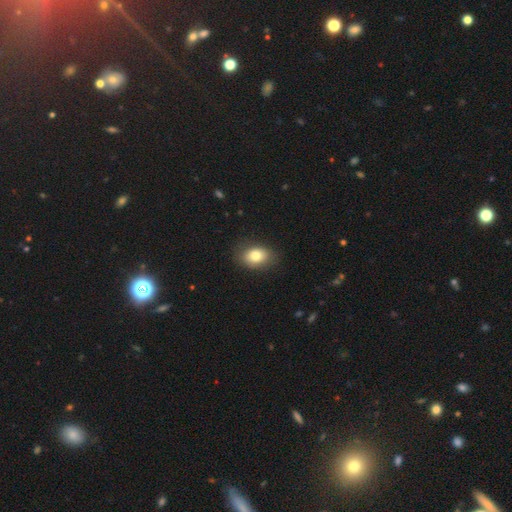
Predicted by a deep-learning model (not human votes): Smooth or featured? Predicted: smooth (p=0.81). How rounded? Predicted: in between (p=0.79). Merging? Predicted: none (p=0.83).